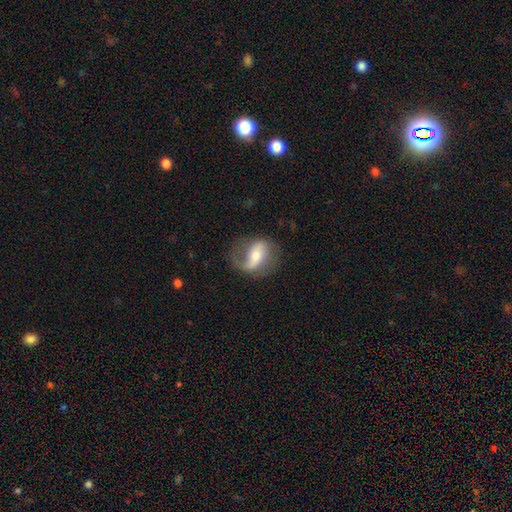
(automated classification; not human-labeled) smooth_or_featured: featured or disk (p=0.71) [alt: smooth p=0.23]
disk_edge_on: no (p=0.95) [alt: yes p=0.05]
bar: strong (p=0.36) [alt: weak p=0.34]
has_spiral_arms: yes (p=0.87) [alt: no p=0.13]
spiral_winding: loose (p=0.60) [alt: medium p=0.30]
spiral_arm_count: 2 (p=0.59) [alt: 1 p=0.34]
bulge_size: moderate (p=0.53) [alt: small p=0.38]
merging: none (p=0.57) [alt: minor disturbance p=0.22]